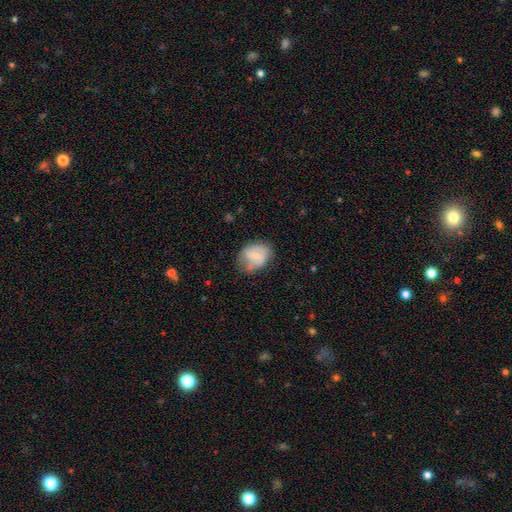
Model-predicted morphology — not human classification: The model was most divided on "smooth or featured": smooth: 56%, featured or disk: 36%, star or artifact: 8%. More confident: how rounded — in between (60%); merging — none (55%).